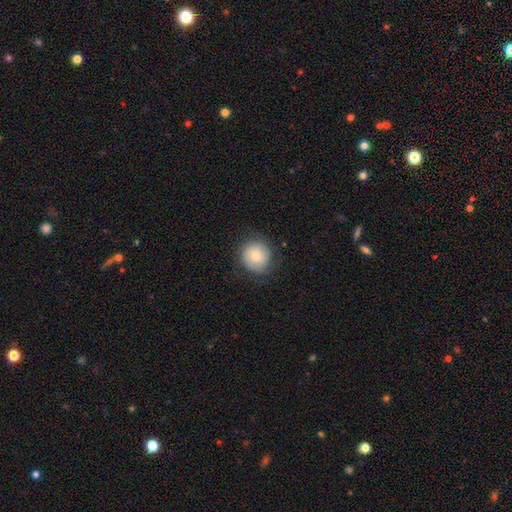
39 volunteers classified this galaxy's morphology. smooth_or_featured: smooth (p=0.74) [alt: featured or disk p=0.26]
how_rounded: round (p=0.90) [alt: in between p=0.10]
merging: none (p=0.62) [alt: minor disturbance p=0.36]